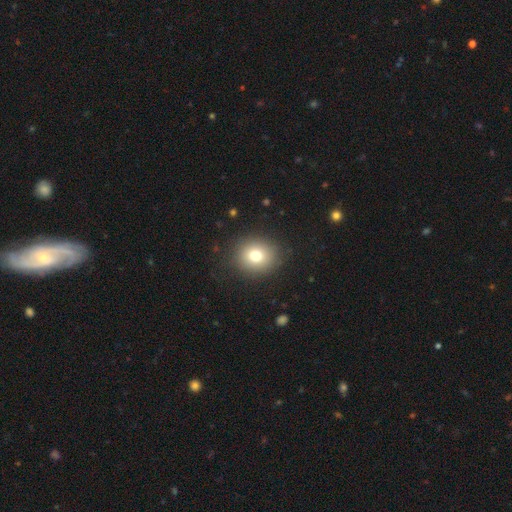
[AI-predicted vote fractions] smooth-or-featured: smooth: 75% | star or artifact: 13% | featured or disk: 11%
  how-rounded: round: 81% | in between: 18% | cigar-shaped: 1%
  merging: none: 88% | minor disturbance: 7% | major disturbance: 3% | merger: 1%